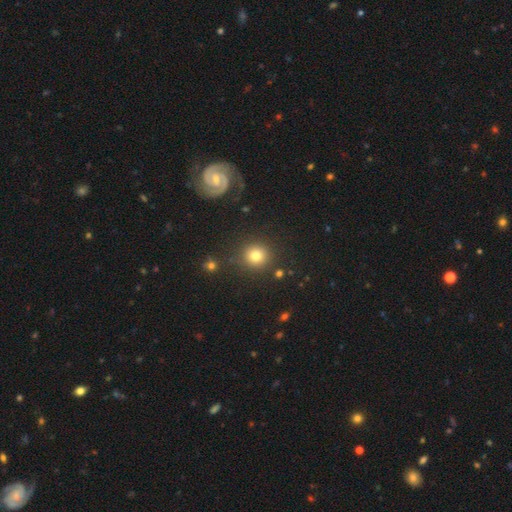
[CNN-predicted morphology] Smooth or featured?
  - smooth: 79% *
  - star or artifact: 13%
  - featured or disk: 7%
How rounded?
  - round: 91% *
  - in between: 8%
  - cigar-shaped: 1%
Merging?
  - none: 85% *
  - minor disturbance: 8%
  - merger: 4%
  - major disturbance: 3%